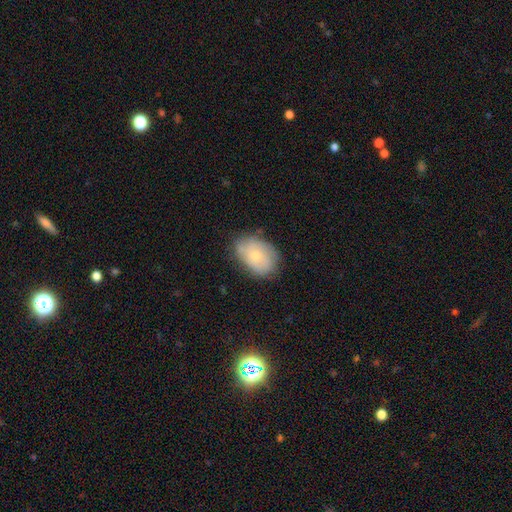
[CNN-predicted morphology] This is possibly a smooth galaxy (59%). How rounded: clearly in between (84%). Merging: likely none (69%).